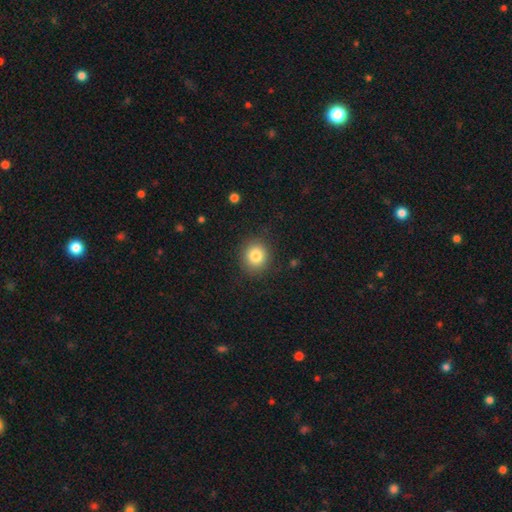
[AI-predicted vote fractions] Smooth or featured? smooth (82%)
How rounded? round (85%)
Merging? none (89%)